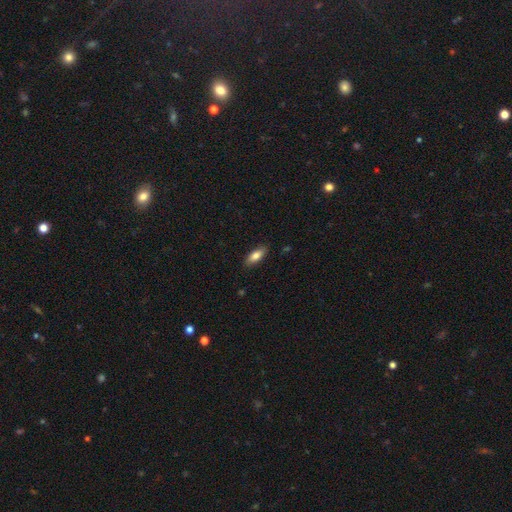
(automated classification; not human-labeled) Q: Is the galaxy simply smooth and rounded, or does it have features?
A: smooth — 80%.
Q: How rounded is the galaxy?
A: in between — 74%.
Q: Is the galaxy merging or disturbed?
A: none — 86%.